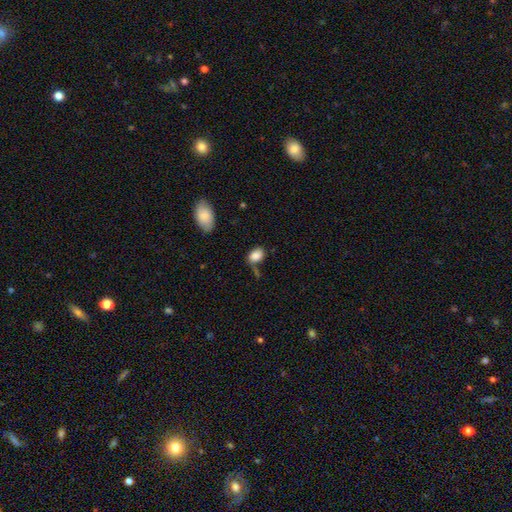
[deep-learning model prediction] Q: Smooth or featured?
A: smooth (86%); runner-up: star or artifact (8%)
Q: How rounded?
A: in between (86%); runner-up: round (13%)
Q: Merging?
A: none (56%); runner-up: minor disturbance (24%)